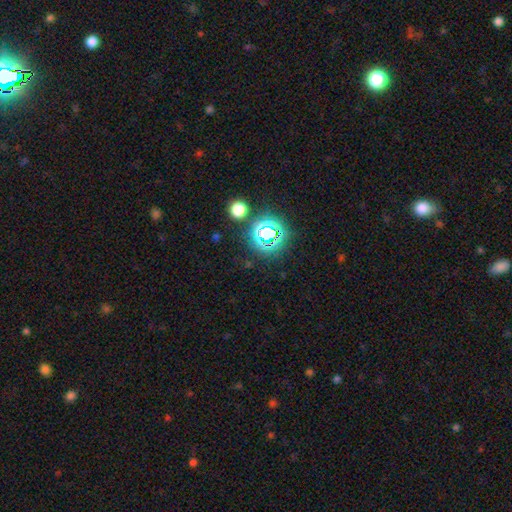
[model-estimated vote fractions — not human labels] Morphology: type=star or artifact (70%).